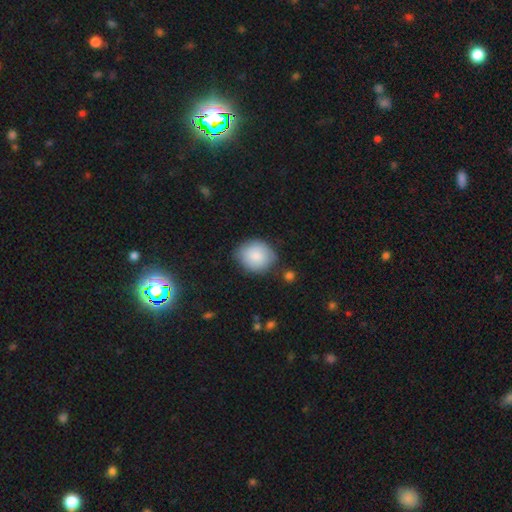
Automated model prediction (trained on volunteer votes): A smooth galaxy with no disk features (83%) that is round (72%). Merging: none (73%).